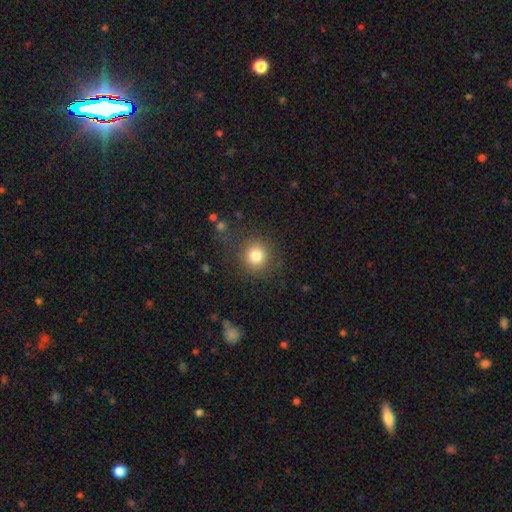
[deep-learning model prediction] Smooth or featured? Predicted: smooth (p=0.82). How rounded? Predicted: round (p=0.89). Merging? Predicted: none (p=0.82).